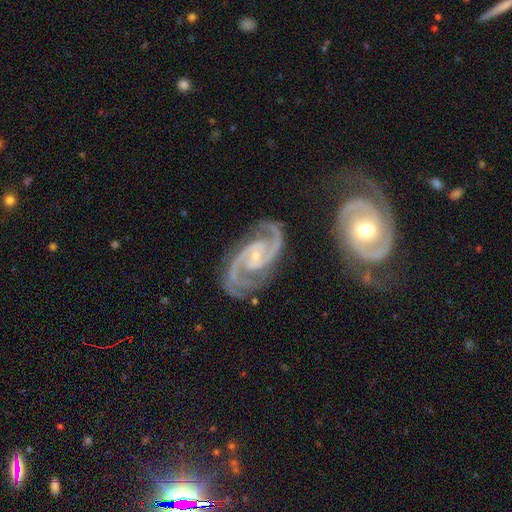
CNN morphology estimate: Overall: featured or disk (94%). Edge-on disk: no (97%). Bar: no (44%; weak 39%). Spiral arms: yes (99%). Spiral arm count: 2 (90%). Spiral winding: medium (56%; tight 33%). Bulge size: small (75%). Merging: none (69%).